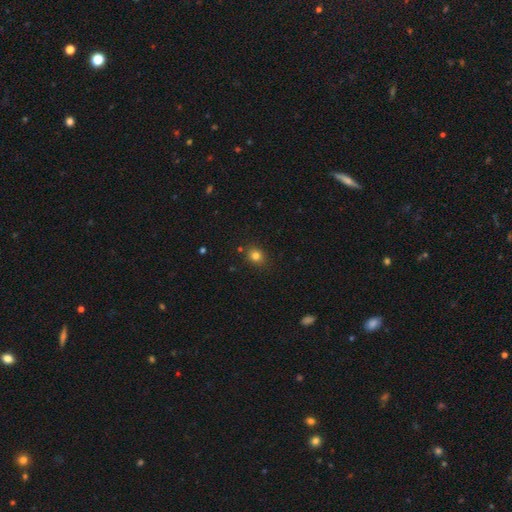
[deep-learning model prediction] Q: Smooth or featured?
A: smooth (80%); runner-up: star or artifact (14%)
Q: How rounded?
A: round (71%); runner-up: in between (28%)
Q: Merging?
A: none (85%); runner-up: minor disturbance (10%)